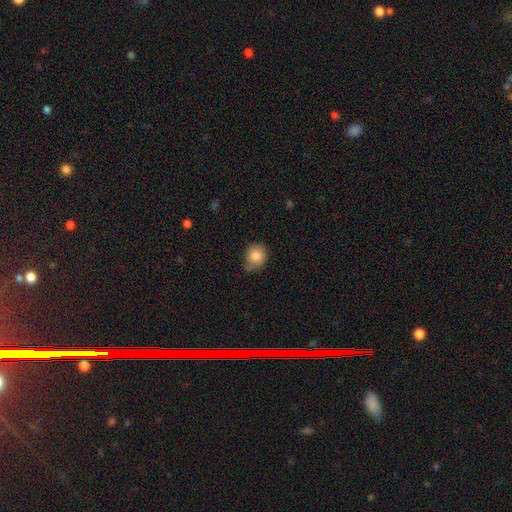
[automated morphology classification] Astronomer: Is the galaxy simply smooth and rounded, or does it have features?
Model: smooth — 83%.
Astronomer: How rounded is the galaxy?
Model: round — 73%.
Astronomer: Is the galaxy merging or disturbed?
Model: none — 53% (runner-up: minor disturbance, 36%).